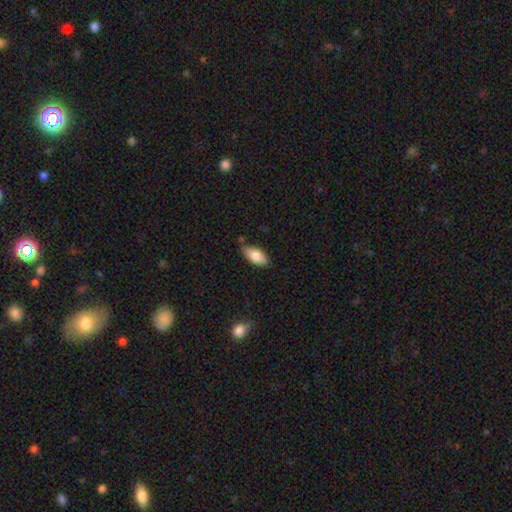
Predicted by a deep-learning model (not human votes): A smooth galaxy with no disk features (80%) that is in between round and cigar-shaped (88%).

Vote fractions:
- Smooth or featured? smooth: 80% / featured or disk: 13% / star or artifact: 7%
- How rounded? in between: 88% / cigar-shaped: 10% / round: 2%
- Merging? none: 76% / minor disturbance: 18% / merger: 3% / major disturbance: 3%